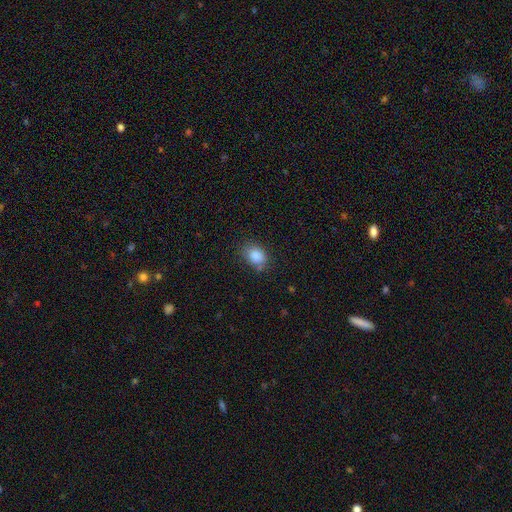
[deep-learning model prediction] Smooth or featured? Predicted: smooth (p=0.86). How rounded? Predicted: in between (p=0.66). Merging? Predicted: none (p=0.71).